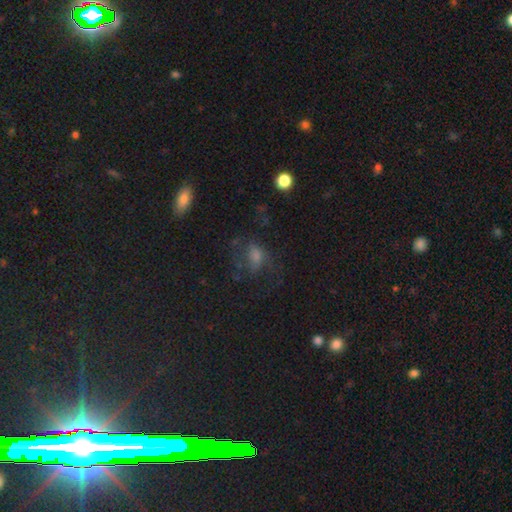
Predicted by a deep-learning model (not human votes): This is marginally a smooth galaxy (40%). Merging: possibly none (53%).